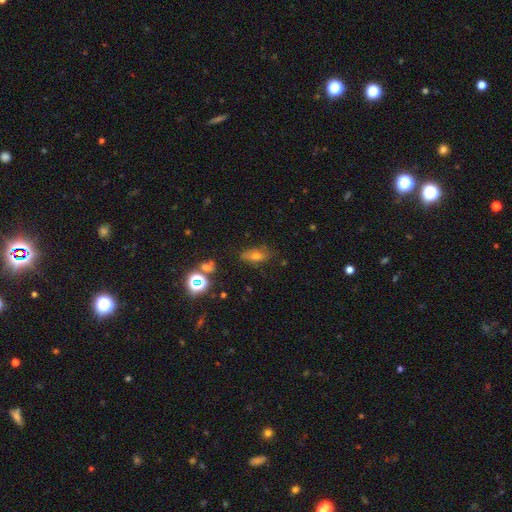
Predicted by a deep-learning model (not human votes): Smooth or featured: smooth — 50% (star or artifact — 26%)
How rounded: in between — 72% (round — 15%)
Merging: none — 69% (minor disturbance — 21%)